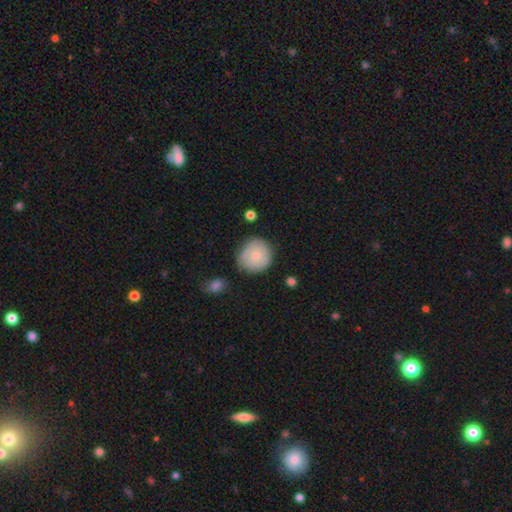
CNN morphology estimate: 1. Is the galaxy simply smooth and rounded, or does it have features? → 69% smooth, 24% featured or disk, 7% star or artifact.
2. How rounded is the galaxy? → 85% round, 14% in between, 1% cigar-shaped.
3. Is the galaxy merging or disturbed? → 66% none, 25% minor disturbance, 6% major disturbance, 3% merger.